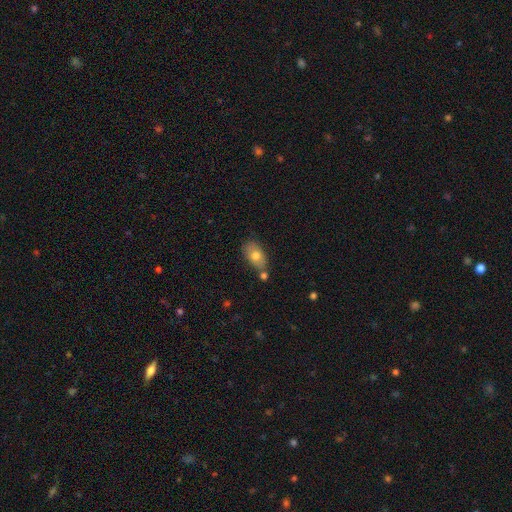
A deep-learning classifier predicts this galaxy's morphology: This is likely a smooth galaxy (73%). How rounded: clearly in between (89%). Merging: likely none (63%).